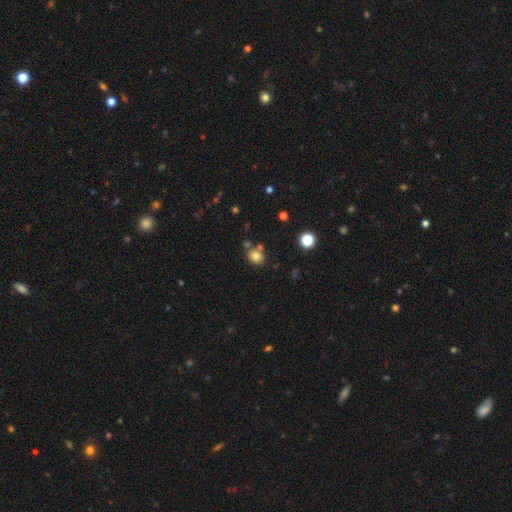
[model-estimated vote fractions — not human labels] This appears to be a smooth galaxy with no disk features (79%) that is round (75%). Merging: none (69%).